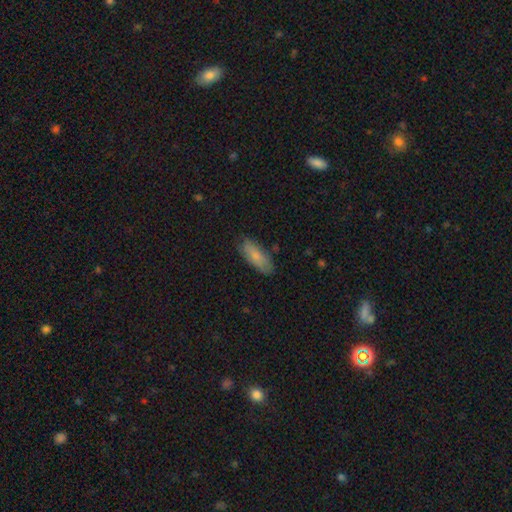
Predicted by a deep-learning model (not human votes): smooth_or_featured: smooth (p=0.81) [alt: featured or disk p=0.14]
how_rounded: in between (p=0.70) [alt: cigar-shaped p=0.28]
merging: none (p=0.79) [alt: minor disturbance p=0.16]